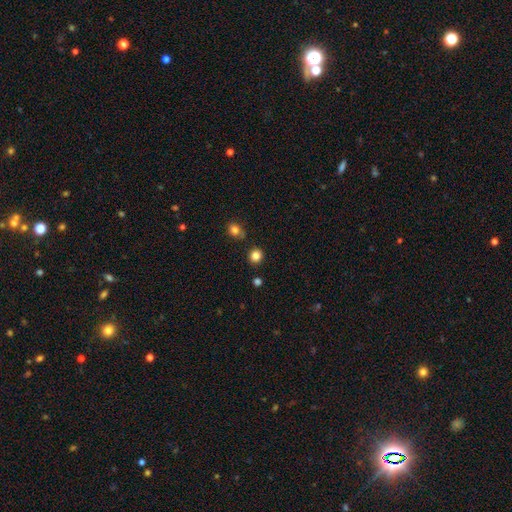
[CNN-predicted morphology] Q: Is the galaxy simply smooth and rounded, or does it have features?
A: smooth — 84%.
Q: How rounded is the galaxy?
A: round — 90%.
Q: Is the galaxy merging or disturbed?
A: none — 86%.